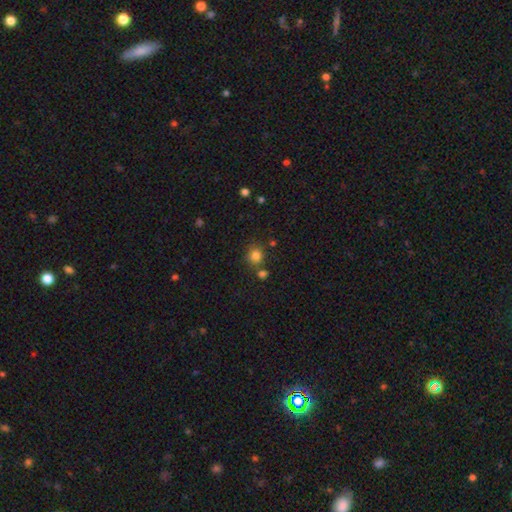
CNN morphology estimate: The model was most divided on "merging": none: 73%, merger: 13%, minor disturbance: 10%, major disturbance: 3%. More confident: how rounded — round (85%); smooth or featured — smooth (81%).